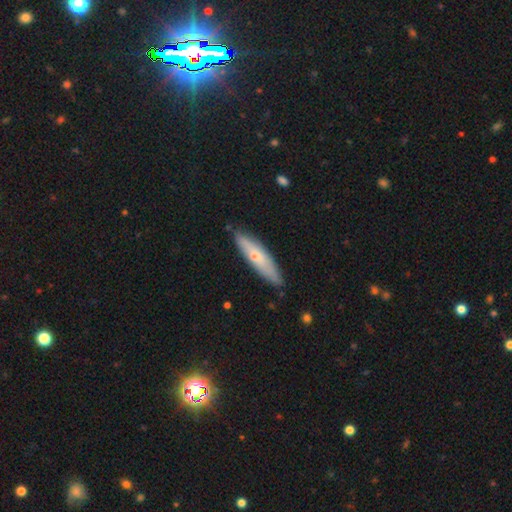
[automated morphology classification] This is possibly a smooth galaxy (53%). How rounded: likely cigar-shaped (75%). Merging: clearly none (83%).